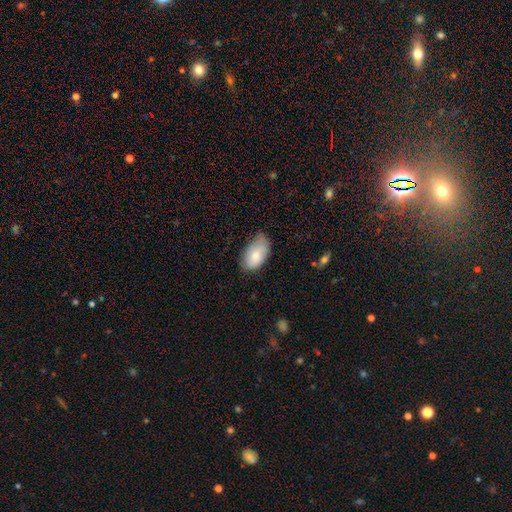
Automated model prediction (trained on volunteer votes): Smooth or featured? Predicted: smooth (p=0.78). How rounded? Predicted: in between (p=0.94). Merging? Predicted: none (p=0.56).